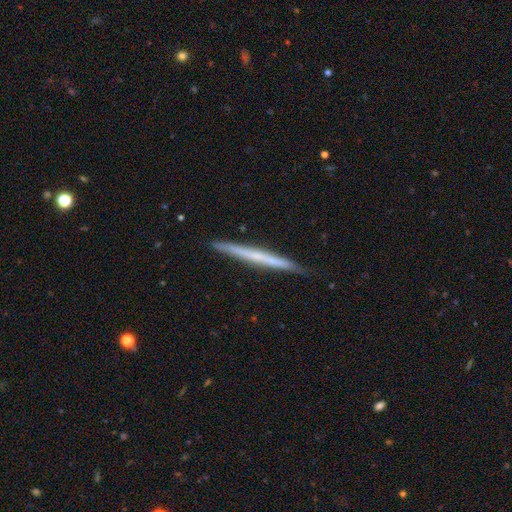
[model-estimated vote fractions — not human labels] A featured or disk galaxy (49%).

Vote fractions:
- Smooth or featured? featured or disk: 49% / smooth: 45% / star or artifact: 5%
- Merging? none: 90% / minor disturbance: 8% / major disturbance: 1% / merger: 1%